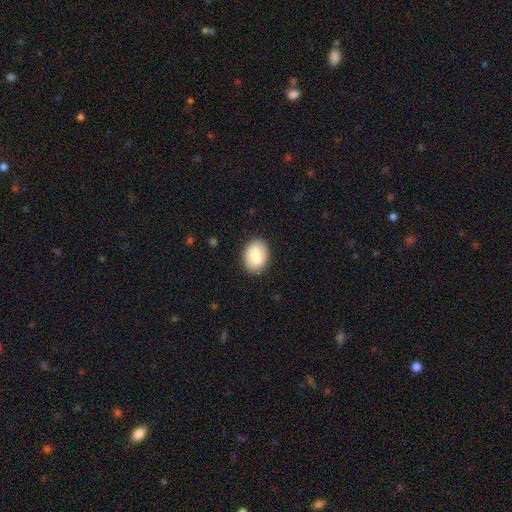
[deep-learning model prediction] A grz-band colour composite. It shows a smooth galaxy with no disk features (70%) that is in between round and cigar-shaped (75%). Merging: none (86%).